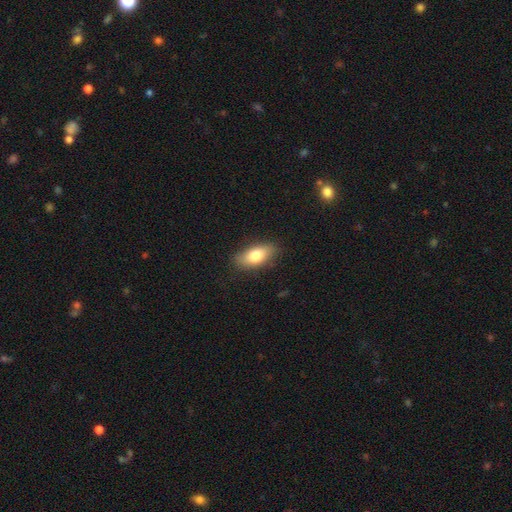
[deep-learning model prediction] Smooth or featured? Predicted: smooth (p=0.78). How rounded? Predicted: in between (p=0.87). Merging? Predicted: none (p=0.84).